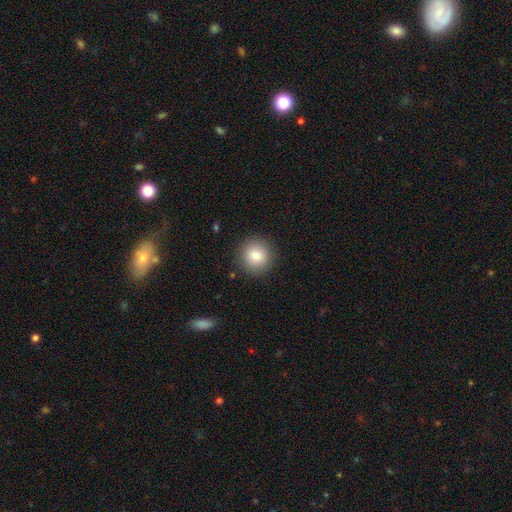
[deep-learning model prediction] A smooth galaxy with no disk features (81%) that is round (95%).

Vote fractions:
- Smooth or featured? smooth: 81% / star or artifact: 10% / featured or disk: 9%
- How rounded? round: 95% / in between: 4% / cigar-shaped: 1%
- Merging? none: 90% / minor disturbance: 7% / major disturbance: 2% / merger: 1%